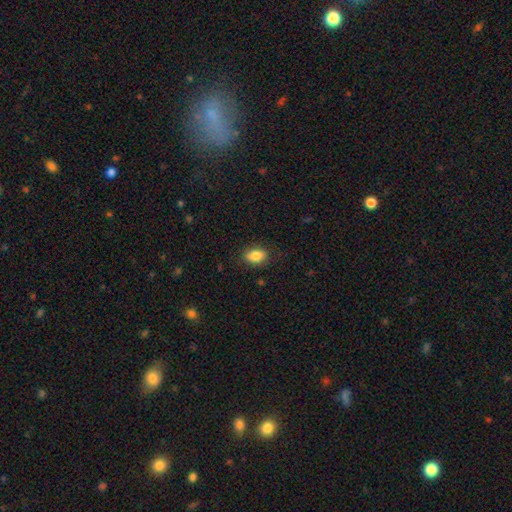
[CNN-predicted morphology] smooth_or_featured: smooth (p=0.85) [alt: star or artifact p=0.08]
how_rounded: in between (p=0.84) [alt: round p=0.15]
merging: none (p=0.83) [alt: minor disturbance p=0.13]